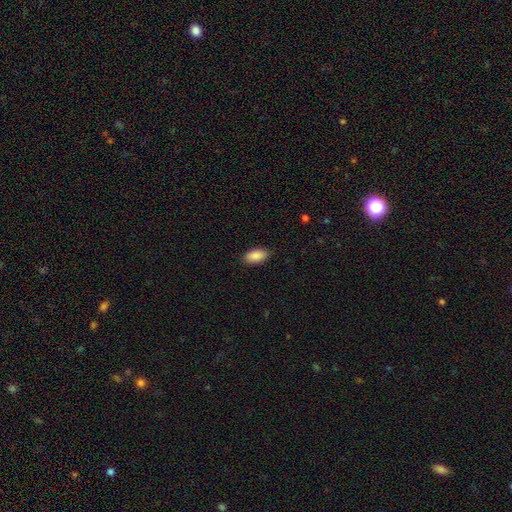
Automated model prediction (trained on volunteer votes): Smooth or featured?
  - smooth: 89% *
  - star or artifact: 6%
  - featured or disk: 4%
How rounded?
  - in between: 92% *
  - cigar-shaped: 5%
  - round: 2%
Merging?
  - none: 87% *
  - minor disturbance: 10%
  - major disturbance: 2%
  - merger: 1%